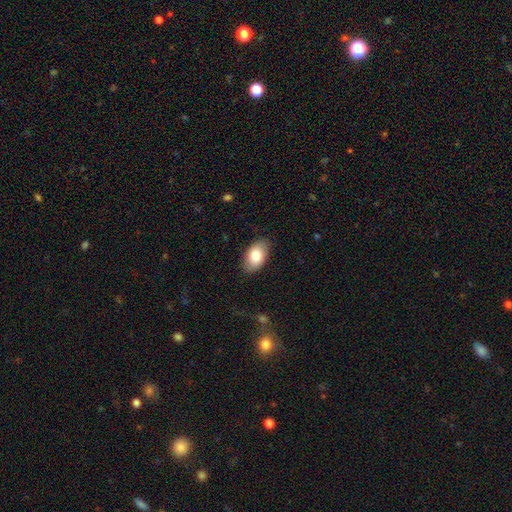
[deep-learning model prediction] The model was most divided on "smooth or featured": smooth: 82%, featured or disk: 11%, star or artifact: 6%. More confident: how rounded — in between (93%); merging — none (85%).